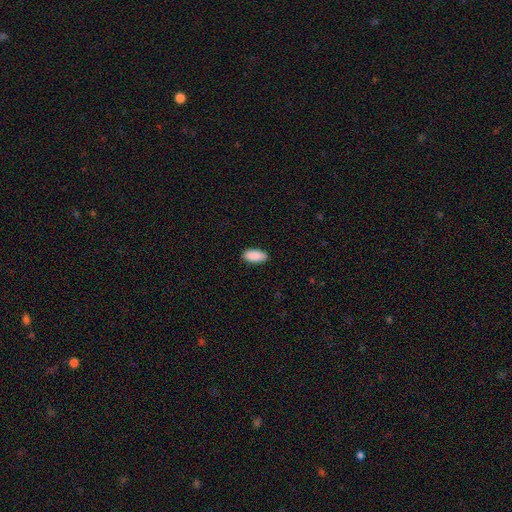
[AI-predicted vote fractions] A smooth galaxy with no disk features (91%) that is in between round and cigar-shaped (92%). Merging: none (89%).